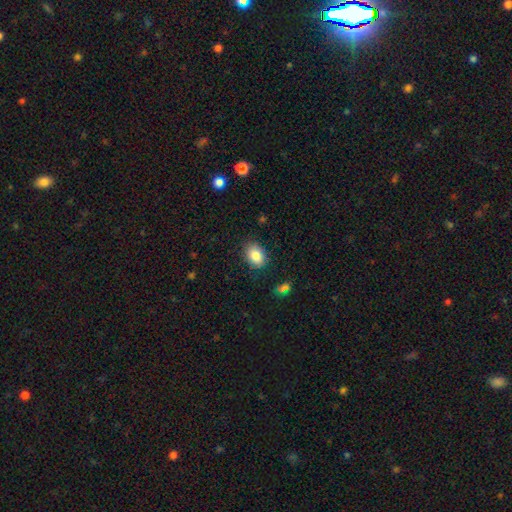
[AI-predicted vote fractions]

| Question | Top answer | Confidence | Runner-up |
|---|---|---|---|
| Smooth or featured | smooth | 85% | star or artifact (9%) |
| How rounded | in between | 74% | round (25%) |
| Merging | none | 81% | minor disturbance (14%) |